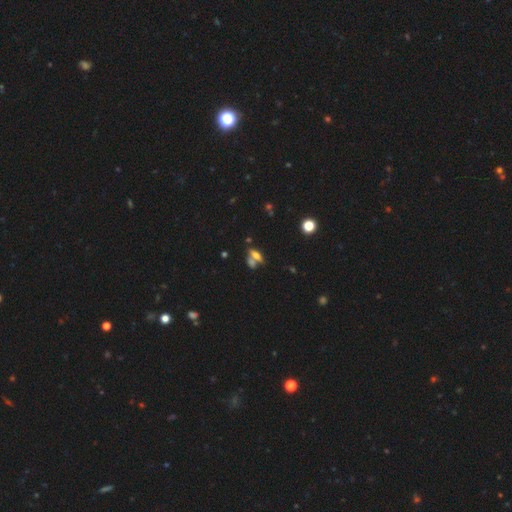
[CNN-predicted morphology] smooth-or-featured: smooth: 51% | featured or disk: 31% | star or artifact: 18%
  how-rounded: in between: 64% | cigar-shaped: 26% | round: 10%
  merging: merger: 42% | none: 41% | minor disturbance: 10% | major disturbance: 6%